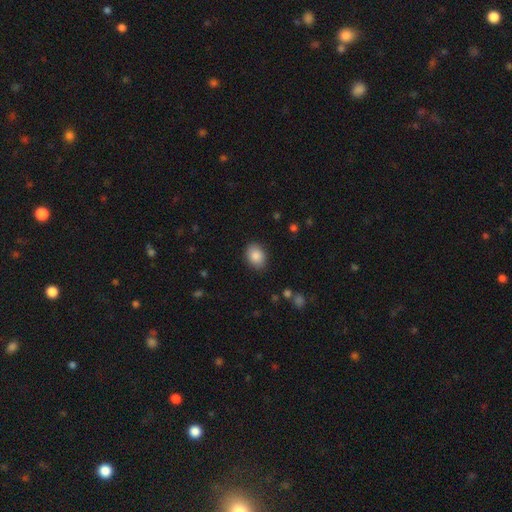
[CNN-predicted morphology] Smooth or featured?
  - smooth: 87% *
  - star or artifact: 8%
  - featured or disk: 5%
How rounded?
  - in between: 68% *
  - round: 31%
  - cigar-shaped: 1%
Merging?
  - none: 87% *
  - minor disturbance: 10%
  - major disturbance: 3%
  - merger: 1%